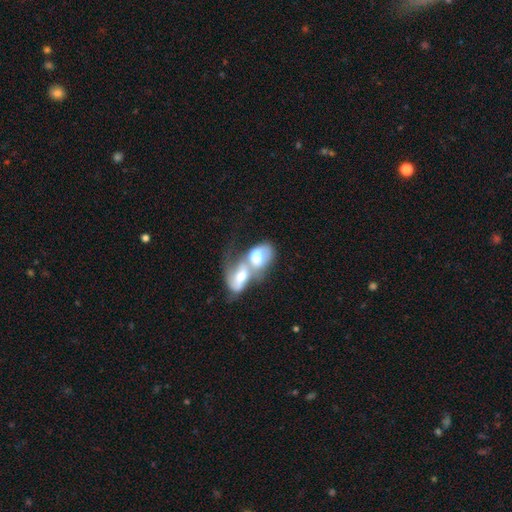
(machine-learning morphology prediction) This appears to be a smooth galaxy with no disk features (52%) that is in between round and cigar-shaped (84%). Merging: merger (82%).